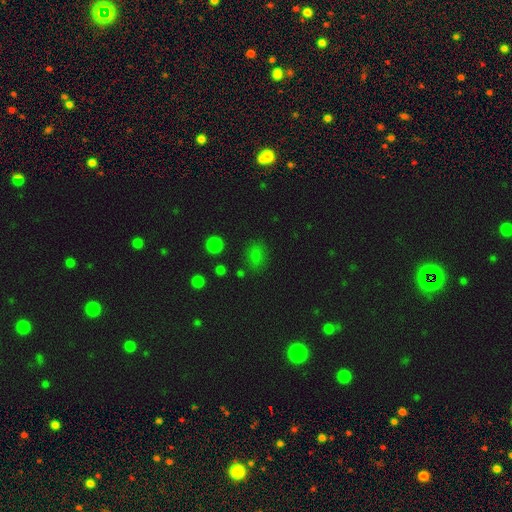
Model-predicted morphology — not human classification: smooth_or_featured: smooth (p=0.71) [alt: star or artifact p=0.22]
how_rounded: in between (p=0.56) [alt: round p=0.42]
merging: none (p=0.75) [alt: minor disturbance p=0.15]